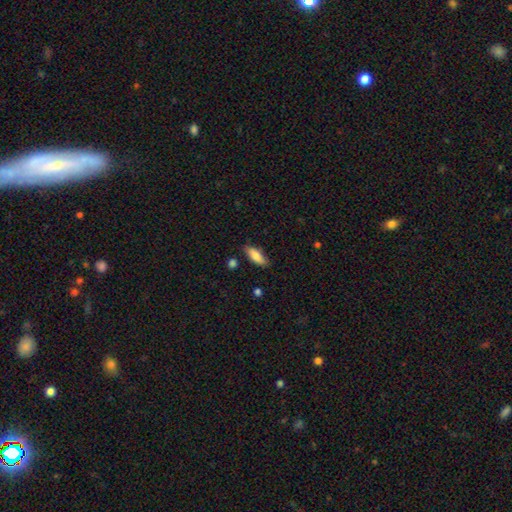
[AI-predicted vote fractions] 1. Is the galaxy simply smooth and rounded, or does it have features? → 80% smooth, 14% featured or disk, 6% star or artifact.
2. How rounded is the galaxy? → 71% in between, 27% cigar-shaped, 2% round.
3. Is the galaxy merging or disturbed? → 81% none, 14% minor disturbance, 3% merger, 3% major disturbance.